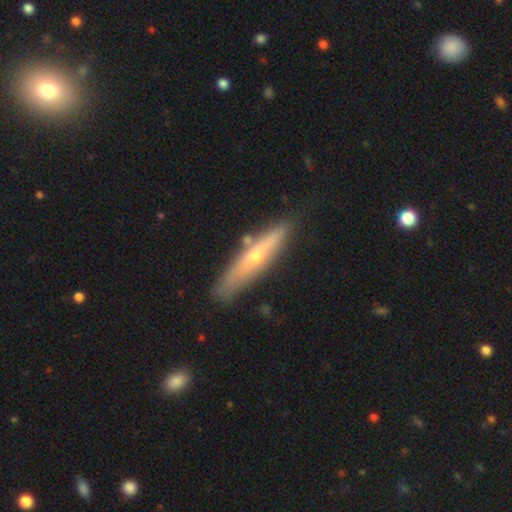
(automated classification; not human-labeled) Smooth or featured? Predicted: featured or disk (p=0.54). Edge-on disk? Predicted: yes (p=0.83). Merging? Predicted: none (p=0.80).